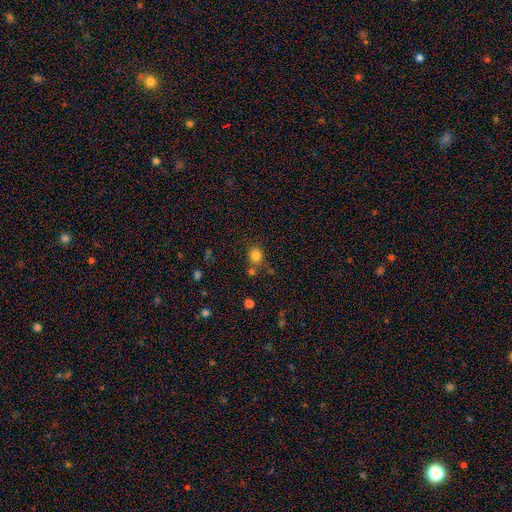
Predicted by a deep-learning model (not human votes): Smooth or featured?
  - smooth: 81% *
  - star or artifact: 13%
  - featured or disk: 6%
How rounded?
  - round: 71% *
  - in between: 28%
  - cigar-shaped: 1%
Merging?
  - none: 67% *
  - minor disturbance: 14%
  - merger: 14%
  - major disturbance: 5%